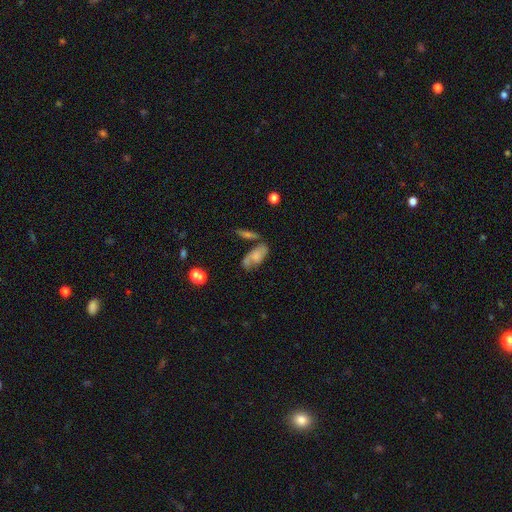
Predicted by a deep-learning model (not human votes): Morphology: type=smooth (56%); roundness=in between (83%); merging=none (42%).